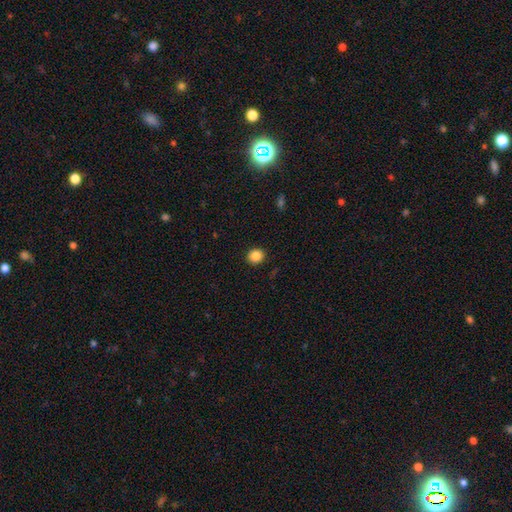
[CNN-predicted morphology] A smooth galaxy with no disk features (86%) that is round (81%). Merging: none (91%).